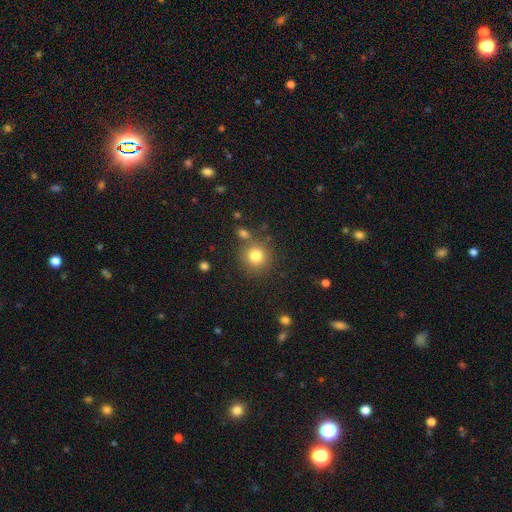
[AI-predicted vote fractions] This appears to be a smooth galaxy with no disk features (80%) that is round (92%). Merging: none (78%).